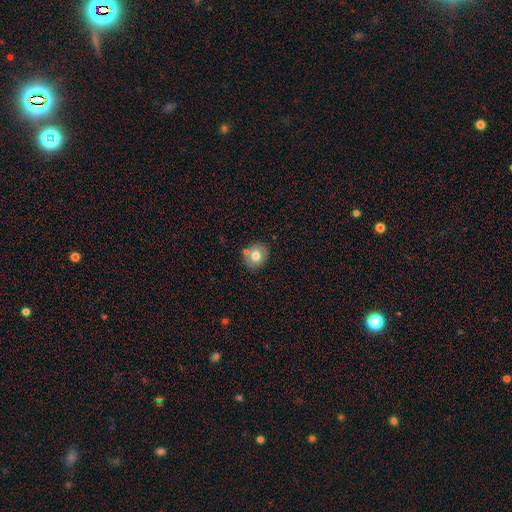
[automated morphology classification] This is likely a smooth galaxy (70%). How rounded: likely round (65%). Merging: likely none (72%).